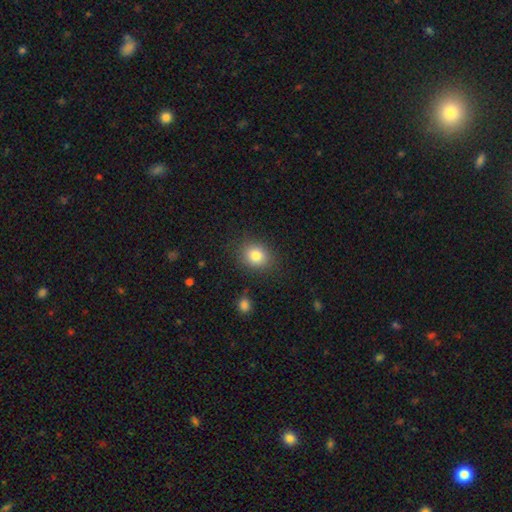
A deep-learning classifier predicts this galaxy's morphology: Q: Smooth or featured?
A: smooth (82%); runner-up: star or artifact (11%)
Q: How rounded?
A: round (61%); runner-up: in between (38%)
Q: Merging?
A: none (84%); runner-up: minor disturbance (10%)